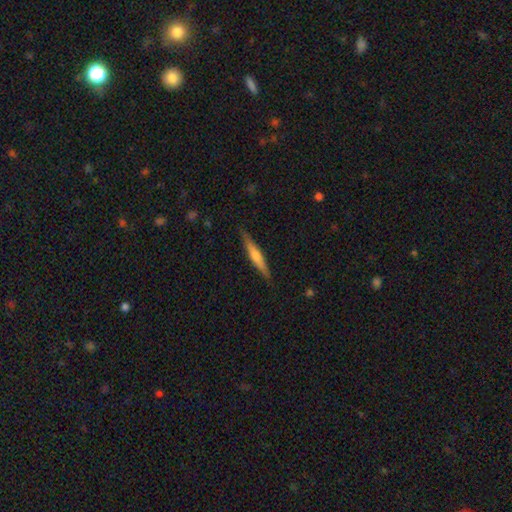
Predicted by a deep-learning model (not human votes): Overall: featured or disk (52%; smooth 42%). Edge-on disk: yes (96%). Edge-on bulge: rounded (64%; none 24%). Merging: none (88%).